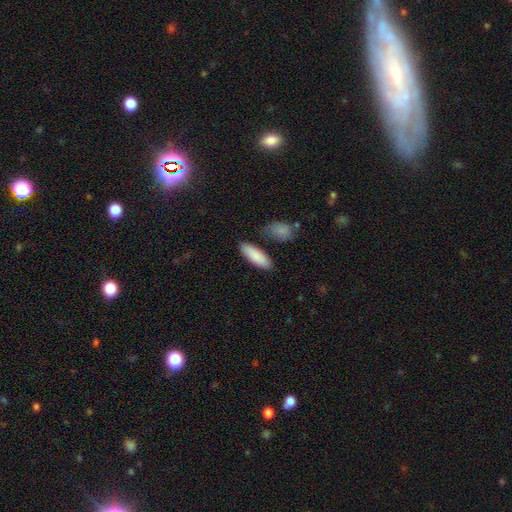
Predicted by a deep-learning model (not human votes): Smooth or featured?
  - smooth: 88% *
  - featured or disk: 7%
  - star or artifact: 5%
How rounded?
  - in between: 60% *
  - cigar-shaped: 39%
  - round: 2%
Merging?
  - none: 82% *
  - minor disturbance: 11%
  - merger: 4%
  - major disturbance: 3%